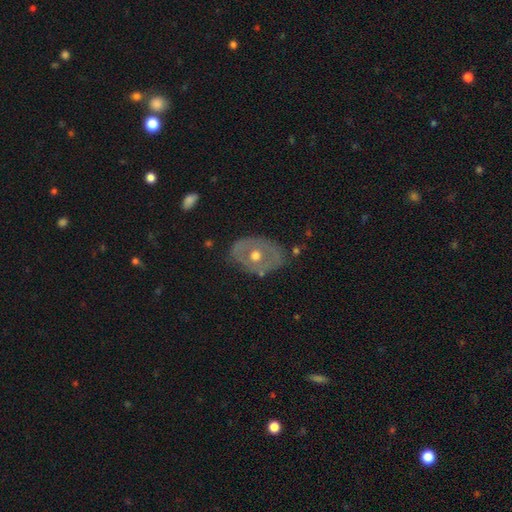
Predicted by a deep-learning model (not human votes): A featured or disk galaxy (64%) with no bar (89%), no spiral arms (81%) and a moderate central bulge (79%). Merging: none (75%).